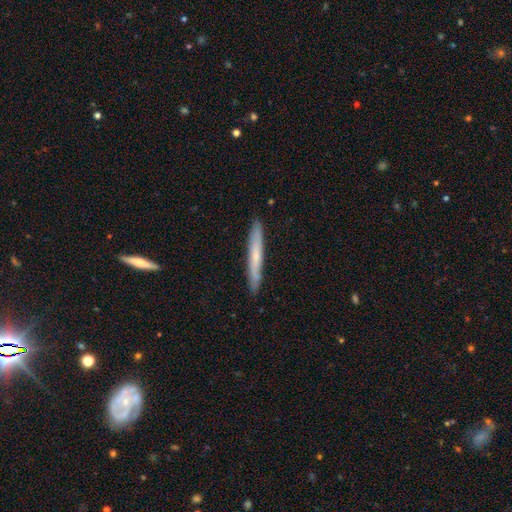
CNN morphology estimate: This is possibly a smooth galaxy (53%). How rounded: clearly cigar-shaped (96%). Merging: clearly none (90%).